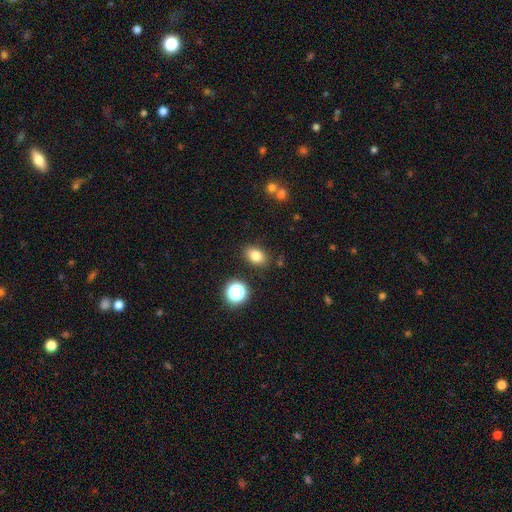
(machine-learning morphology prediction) Overall: smooth (80%). How rounded: in between (78%). Merging: none (84%).